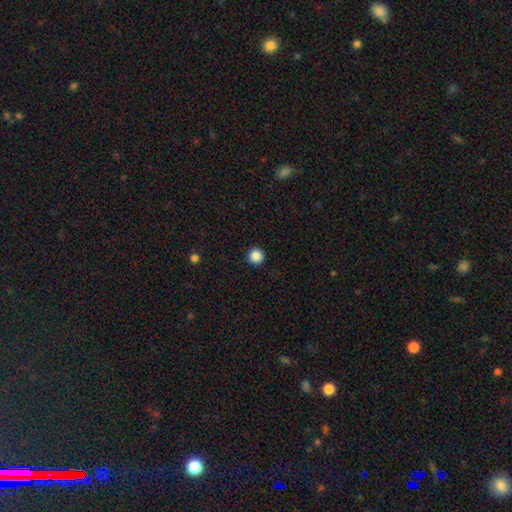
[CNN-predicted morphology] A smooth galaxy with no disk features (87%) that is round (97%). Merging: none (93%).